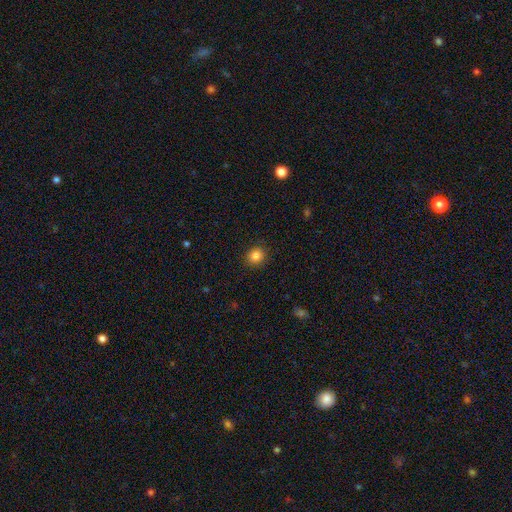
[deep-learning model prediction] This is clearly a smooth galaxy (85%). How rounded: clearly round (84%). Merging: clearly none (90%).